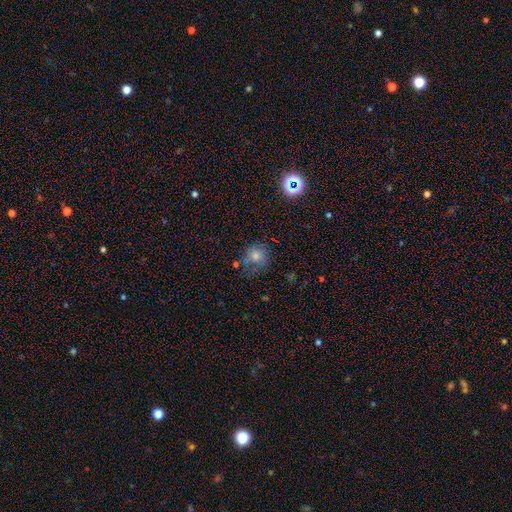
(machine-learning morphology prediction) Q: Smooth or featured?
A: smooth (67%); runner-up: star or artifact (20%)
Q: How rounded?
A: round (82%); runner-up: in between (17%)
Q: Merging?
A: none (58%); runner-up: minor disturbance (24%)